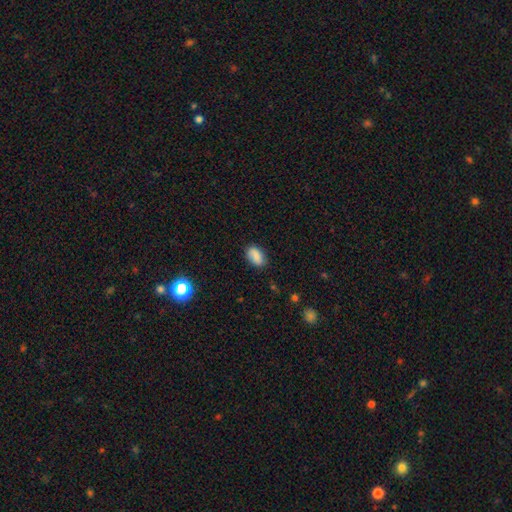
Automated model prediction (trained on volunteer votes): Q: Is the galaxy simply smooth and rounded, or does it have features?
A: smooth — 79%.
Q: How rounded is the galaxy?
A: in between — 88%.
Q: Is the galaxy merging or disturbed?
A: none — 79%.